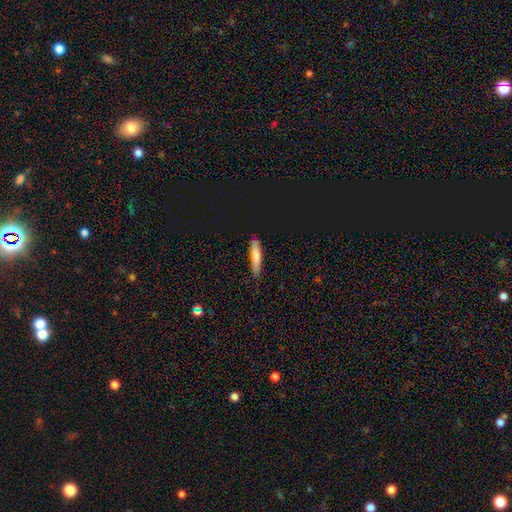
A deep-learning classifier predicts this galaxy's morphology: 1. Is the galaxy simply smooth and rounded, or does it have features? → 76% smooth, 15% featured or disk, 10% star or artifact.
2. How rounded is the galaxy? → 85% cigar-shaped, 14% in between, 2% round.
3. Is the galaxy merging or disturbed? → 83% none, 13% minor disturbance, 2% major disturbance, 1% merger.